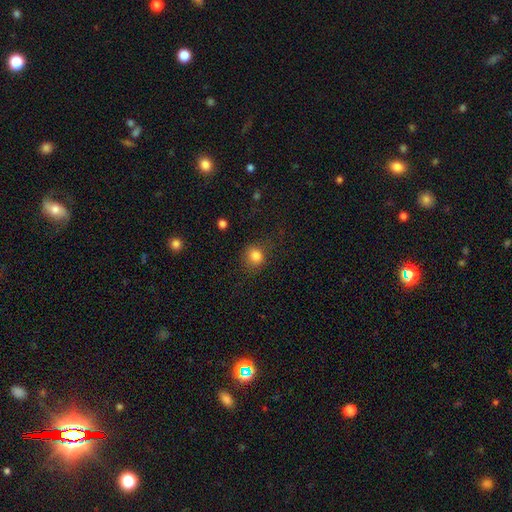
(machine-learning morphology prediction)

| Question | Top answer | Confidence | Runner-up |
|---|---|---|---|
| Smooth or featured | smooth | 83% | star or artifact (12%) |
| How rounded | round | 81% | in between (18%) |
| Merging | none | 75% | minor disturbance (16%) |